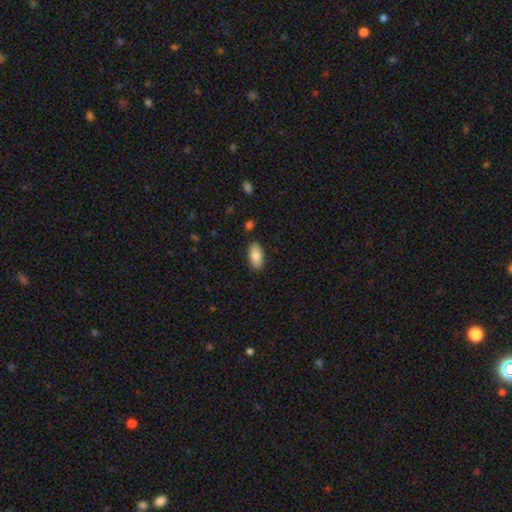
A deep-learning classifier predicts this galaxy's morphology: smooth_or_featured: smooth (p=0.83) [alt: featured or disk p=0.10]
how_rounded: in between (p=0.92) [alt: cigar-shaped p=0.06]
merging: none (p=0.87) [alt: minor disturbance p=0.09]